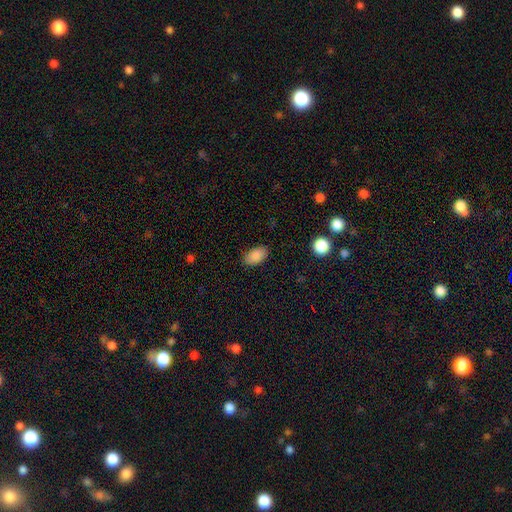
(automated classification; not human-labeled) Smooth or featured? Predicted: smooth (p=0.88). How rounded? Predicted: in between (p=0.92). Merging? Predicted: none (p=0.84).